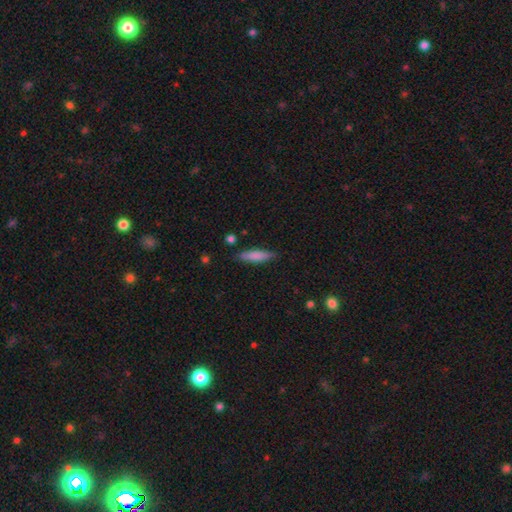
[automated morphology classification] smooth_or_featured: smooth (p=0.78) [alt: featured or disk p=0.16]
how_rounded: cigar-shaped (p=0.75) [alt: in between p=0.23]
merging: none (p=0.83) [alt: minor disturbance p=0.13]